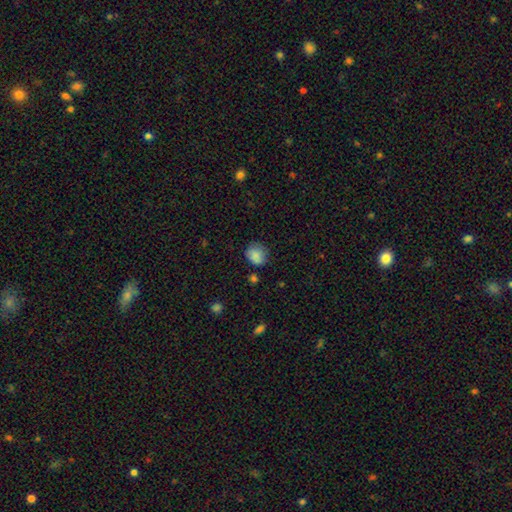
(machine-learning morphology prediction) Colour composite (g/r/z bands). It shows a smooth galaxy with no disk features (85%) that is round (73%). Merging: none (72%).